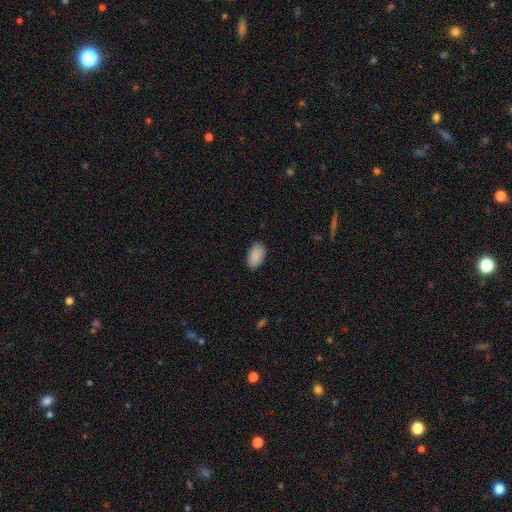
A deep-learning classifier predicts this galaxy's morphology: Smooth or featured? Predicted: smooth (p=0.90). How rounded? Predicted: in between (p=0.94). Merging? Predicted: none (p=0.85).